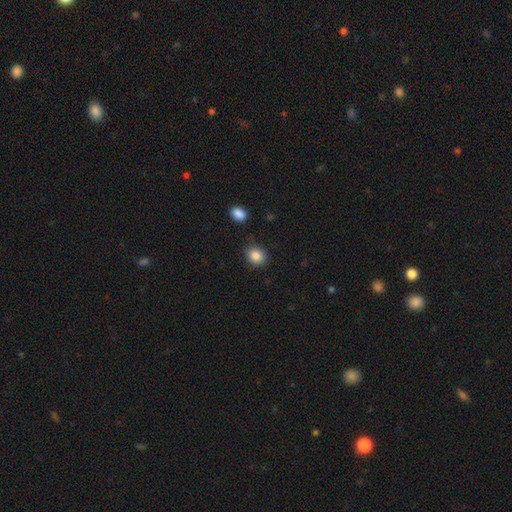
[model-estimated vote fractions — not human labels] This is clearly a smooth galaxy (86%). How rounded: likely round (62%). Merging: clearly none (81%).